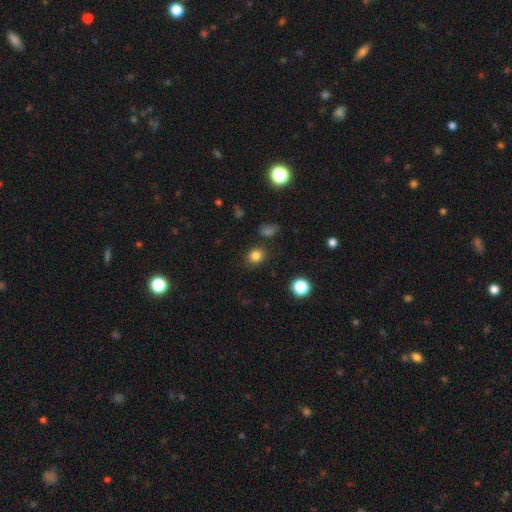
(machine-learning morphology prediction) A smooth galaxy with no disk features (82%) that is round (73%).

Vote fractions:
- Smooth or featured? smooth: 82% / star or artifact: 14% / featured or disk: 5%
- How rounded? round: 73% / in between: 26% / cigar-shaped: 1%
- Merging? none: 84% / minor disturbance: 10% / major disturbance: 3% / merger: 3%